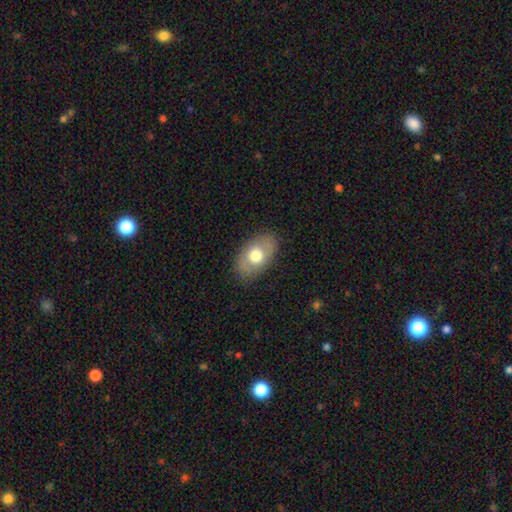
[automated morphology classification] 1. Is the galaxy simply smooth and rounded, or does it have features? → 65% smooth, 28% featured or disk, 7% star or artifact.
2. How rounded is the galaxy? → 88% in between, 10% round, 1% cigar-shaped.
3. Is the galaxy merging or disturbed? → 83% none, 13% minor disturbance, 4% major disturbance, 1% merger.